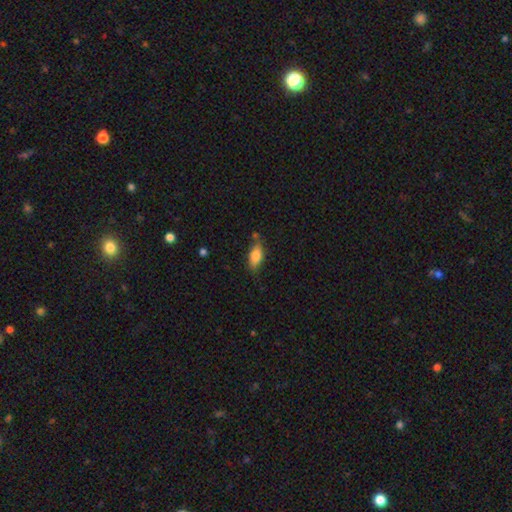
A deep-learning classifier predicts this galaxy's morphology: A smooth galaxy with no disk features (78%) that is in between round and cigar-shaped (81%).

Vote fractions:
- Smooth or featured? smooth: 78% / featured or disk: 15% / star or artifact: 7%
- How rounded? in between: 81% / cigar-shaped: 16% / round: 3%
- Merging? none: 72% / minor disturbance: 19% / merger: 5% / major disturbance: 4%